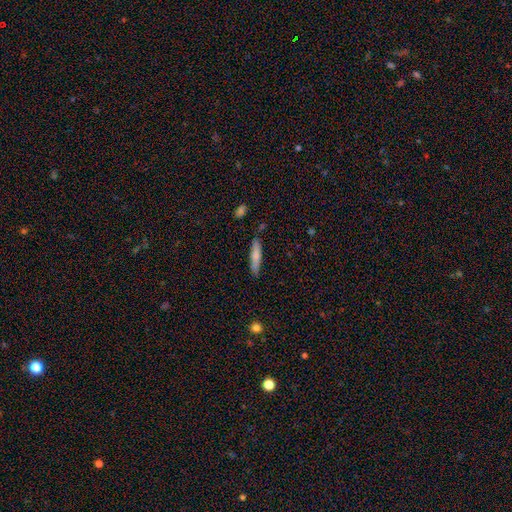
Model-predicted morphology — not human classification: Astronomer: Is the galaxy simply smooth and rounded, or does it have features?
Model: smooth — 76%.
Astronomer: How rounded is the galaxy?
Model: cigar-shaped — 84%.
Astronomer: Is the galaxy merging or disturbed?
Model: none — 83%.